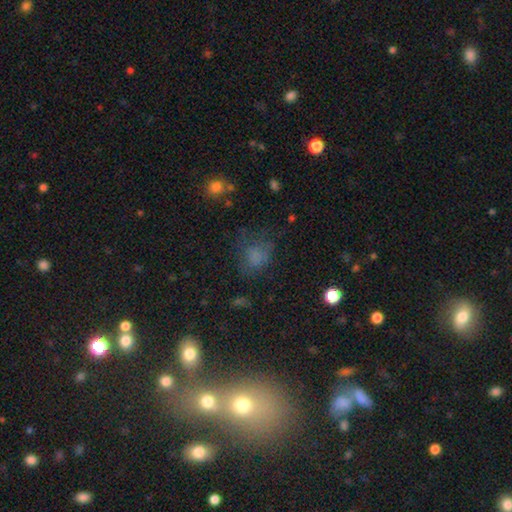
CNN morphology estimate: Smooth or featured: smooth — 65% (star or artifact — 22%)
How rounded: round — 61% (in between — 38%)
Merging: none — 56% (minor disturbance — 22%)